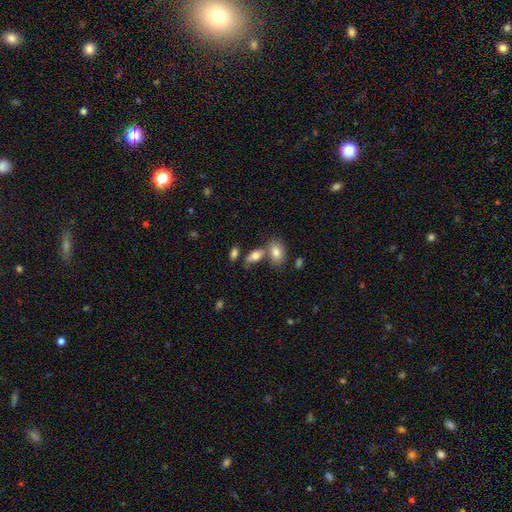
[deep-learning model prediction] Smooth or featured: smooth — 77% (featured or disk — 14%)
How rounded: in between — 86% (round — 8%)
Merging: none — 47% (merger — 34%)